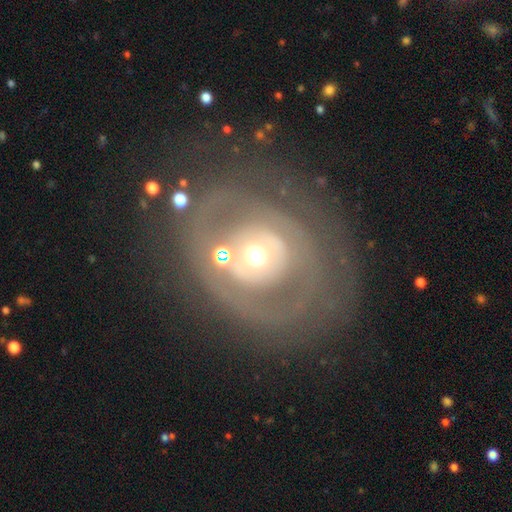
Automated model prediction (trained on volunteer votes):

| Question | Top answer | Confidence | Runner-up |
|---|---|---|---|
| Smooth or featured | featured or disk | 73% | smooth (20%) |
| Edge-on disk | no | 95% | yes (5%) |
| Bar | no | 78% | weak (15%) |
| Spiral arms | no | 57% | yes (43%) |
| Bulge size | moderate | 58% | small (30%) |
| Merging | none | 61% | minor disturbance (16%) |